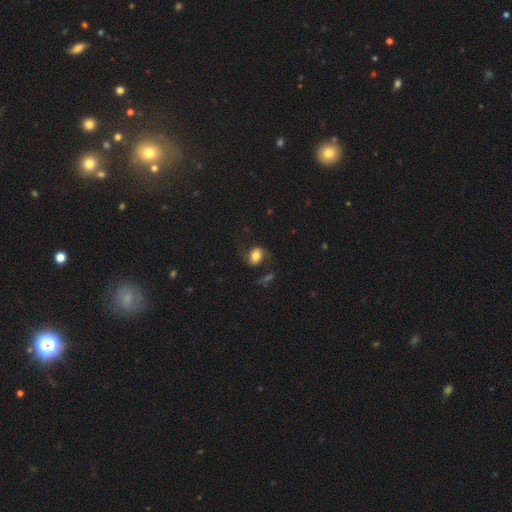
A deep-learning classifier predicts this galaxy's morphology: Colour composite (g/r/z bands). It shows a smooth galaxy with no disk features (58%) that is in between round and cigar-shaped (64%). Merging: none (61%).